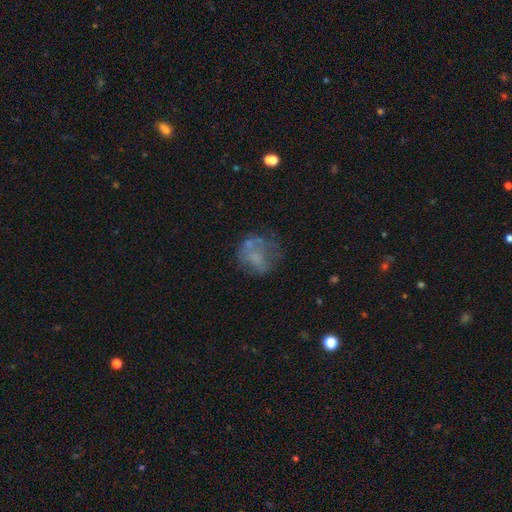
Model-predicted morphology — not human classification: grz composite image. It shows a smooth galaxy with no disk features (47%). Merging: none (44%).